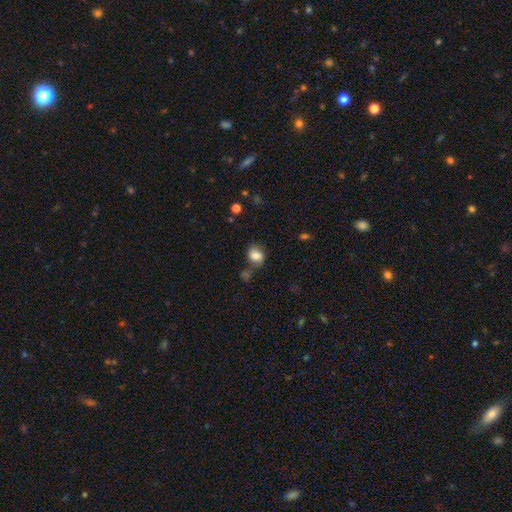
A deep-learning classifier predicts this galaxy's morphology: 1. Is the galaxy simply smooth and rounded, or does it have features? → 80% smooth, 10% featured or disk, 10% star or artifact.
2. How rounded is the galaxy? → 51% in between, 48% round, 1% cigar-shaped.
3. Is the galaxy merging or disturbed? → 57% none, 20% minor disturbance, 14% merger, 9% major disturbance.